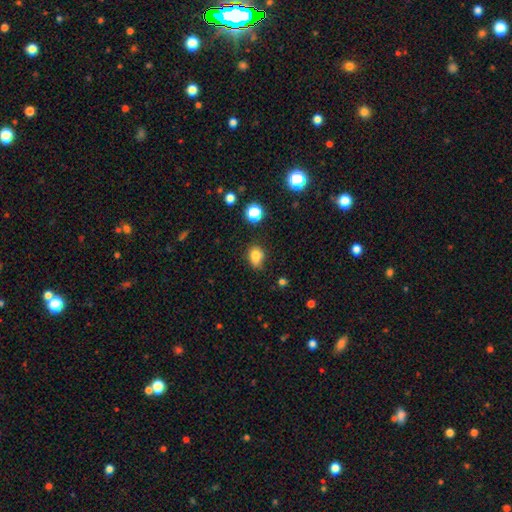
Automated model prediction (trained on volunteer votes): Smooth or featured: smooth — 82% (star or artifact — 12%)
How rounded: in between — 65% (round — 34%)
Merging: none — 67% (minor disturbance — 25%)